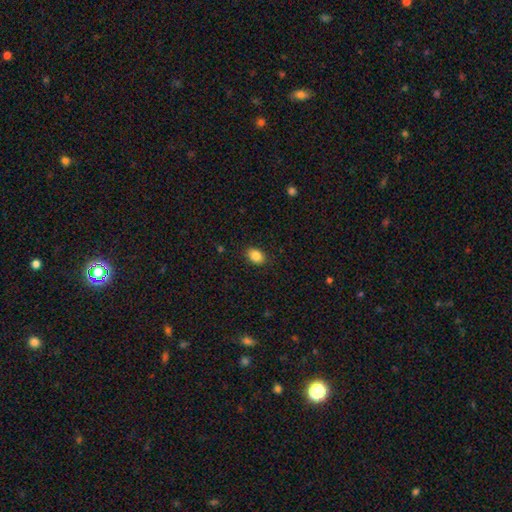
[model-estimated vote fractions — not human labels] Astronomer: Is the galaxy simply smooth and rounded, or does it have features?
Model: smooth — 87%.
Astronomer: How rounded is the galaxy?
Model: in between — 75%.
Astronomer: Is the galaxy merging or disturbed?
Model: none — 87%.